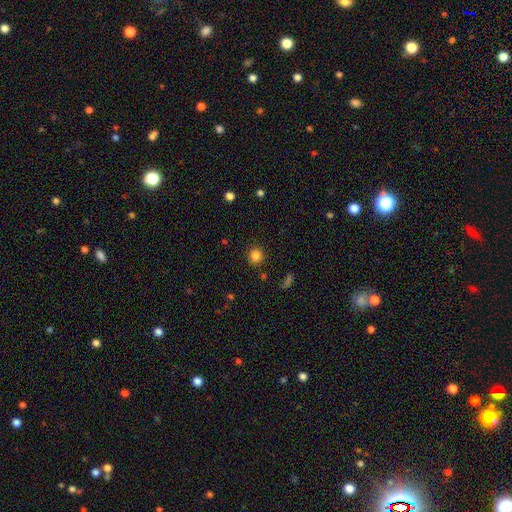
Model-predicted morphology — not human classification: type=smooth (84%); roundness=round (89%); merging=none (88%).